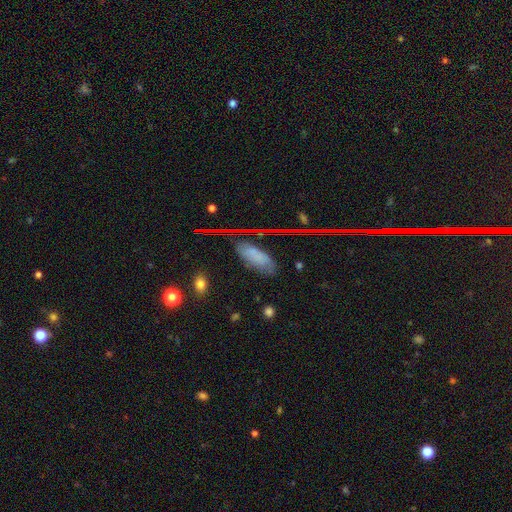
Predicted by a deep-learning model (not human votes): smooth 59%, featured or disk 22%, star or artifact 19%. Down the decision tree: how rounded — in between (79%); merging — none (71%).